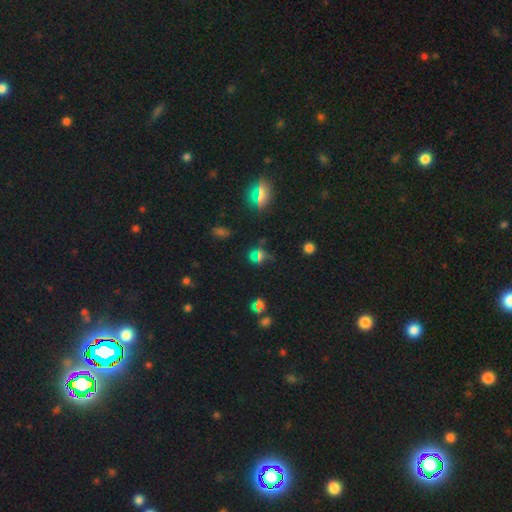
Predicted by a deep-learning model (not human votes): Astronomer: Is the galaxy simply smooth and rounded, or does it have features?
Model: star or artifact — 52% (runner-up: smooth, 38%).